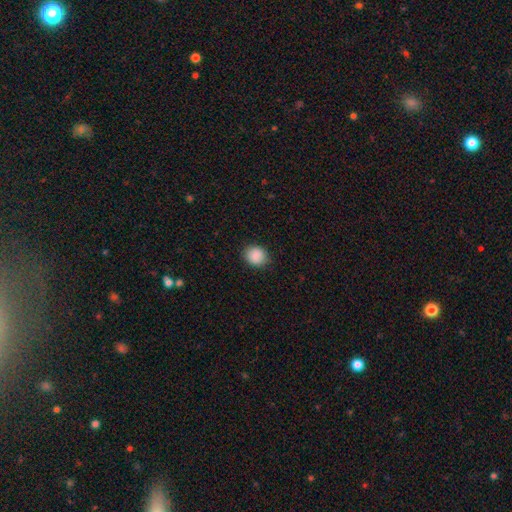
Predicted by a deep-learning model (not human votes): smooth 89%, star or artifact 8%, featured or disk 3%. Down the decision tree: how rounded — round (75%); merging — none (86%).